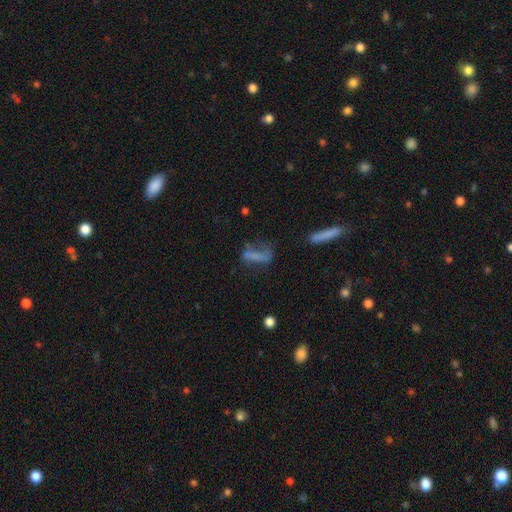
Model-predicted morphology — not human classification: Smooth or featured? smooth (52%)
How rounded? cigar-shaped (49%)
Merging? none (36%)